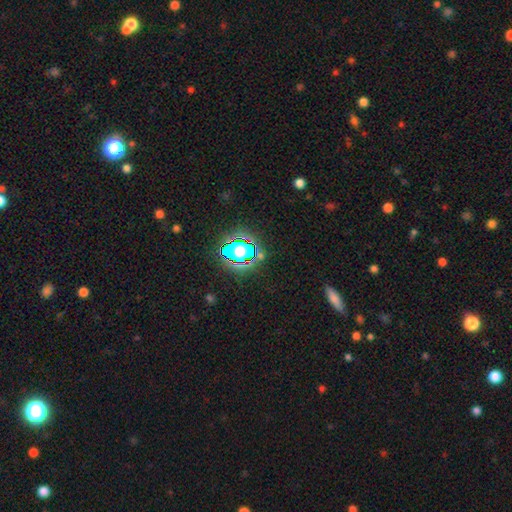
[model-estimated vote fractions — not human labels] Morphology: type=star or artifact (67%).